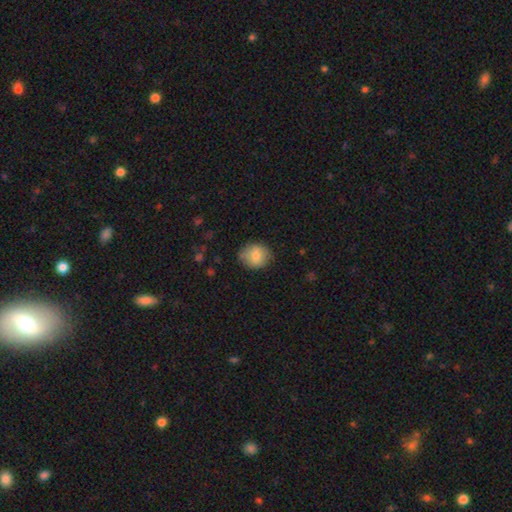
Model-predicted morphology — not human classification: Smooth or featured?
  - smooth: 80% *
  - featured or disk: 12%
  - star or artifact: 8%
How rounded?
  - round: 71% *
  - in between: 28%
  - cigar-shaped: 1%
Merging?
  - none: 78% *
  - minor disturbance: 18%
  - major disturbance: 4%
  - merger: 1%